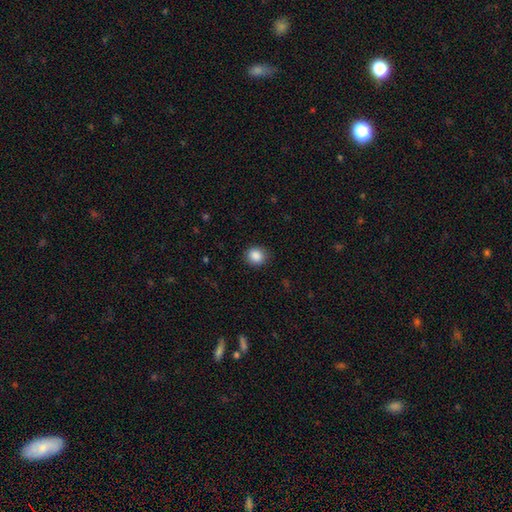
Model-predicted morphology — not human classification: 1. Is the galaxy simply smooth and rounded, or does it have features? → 88% smooth, 9% star or artifact, 3% featured or disk.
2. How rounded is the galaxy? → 81% round, 18% in between, 1% cigar-shaped.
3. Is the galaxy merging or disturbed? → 88% none, 8% minor disturbance, 3% major disturbance, 1% merger.